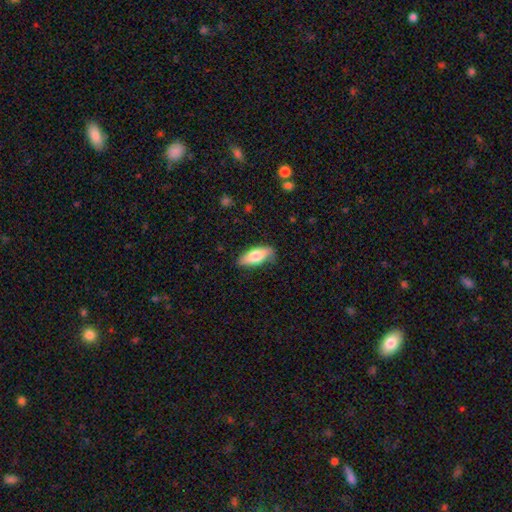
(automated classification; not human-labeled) Smooth or featured: smooth — 72% (featured or disk — 22%)
How rounded: in between — 78% (cigar-shaped — 20%)
Merging: none — 75% (minor disturbance — 20%)